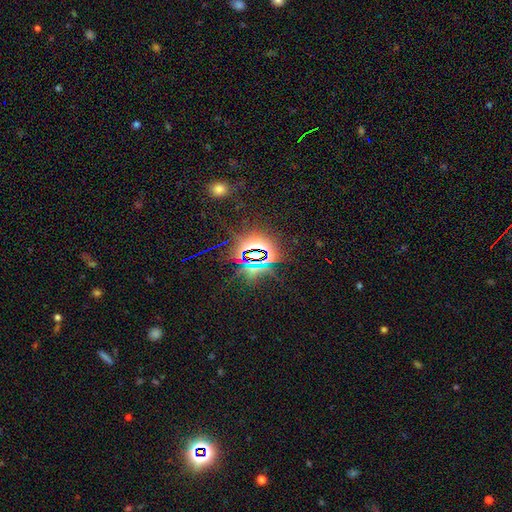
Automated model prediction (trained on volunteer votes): This appears to be a star or artifact, not a galaxy (84%).